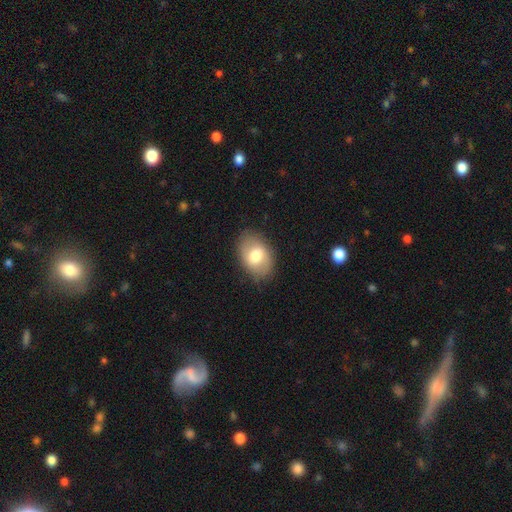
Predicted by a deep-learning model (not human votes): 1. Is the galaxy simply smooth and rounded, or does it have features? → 69% smooth, 24% featured or disk, 7% star or artifact.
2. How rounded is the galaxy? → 81% in between, 17% round, 1% cigar-shaped.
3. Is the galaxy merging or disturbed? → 82% none, 13% minor disturbance, 4% major disturbance, 1% merger.